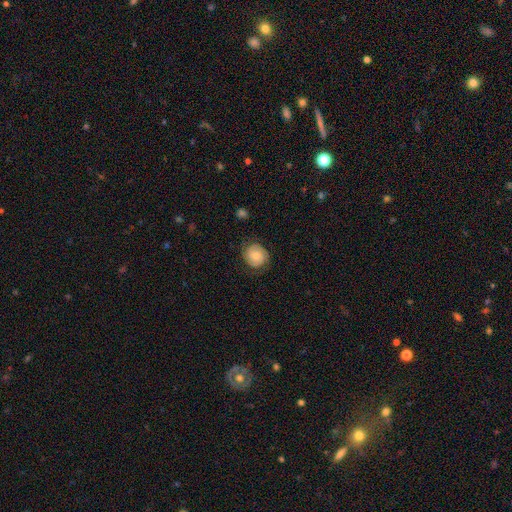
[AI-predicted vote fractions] This appears to be a smooth galaxy with no disk features (51%) that is round (80%). Merging: none (74%).